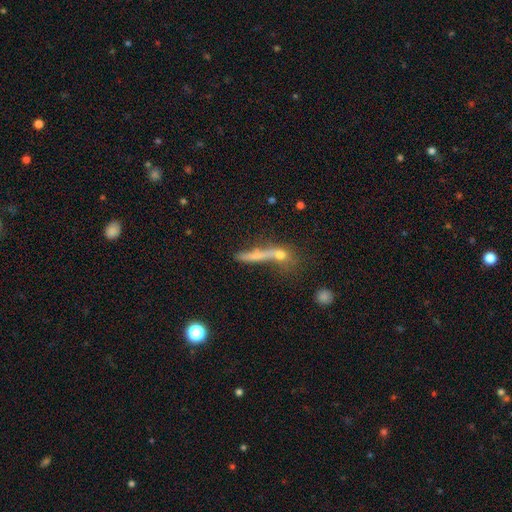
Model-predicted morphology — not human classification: Smooth or featured?
  - smooth: 58% *
  - featured or disk: 30%
  - star or artifact: 12%
How rounded?
  - cigar-shaped: 75% *
  - in between: 16%
  - round: 10%
Merging?
  - none: 38% *
  - merger: 36%
  - minor disturbance: 14%
  - major disturbance: 13%